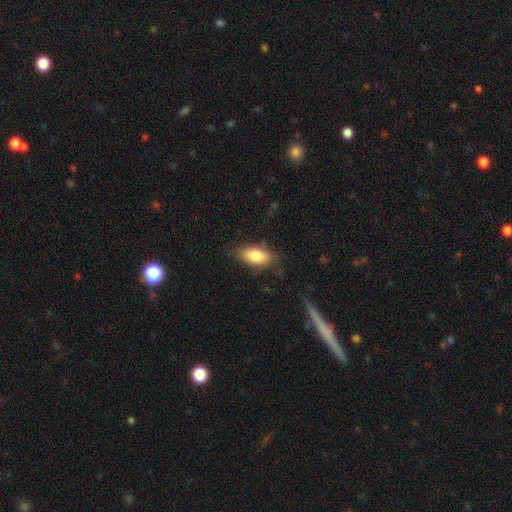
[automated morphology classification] smooth-or-featured: smooth: 82% | featured or disk: 11% | star or artifact: 7%
  how-rounded: in between: 89% | cigar-shaped: 7% | round: 4%
  merging: none: 74% | minor disturbance: 19% | major disturbance: 5% | merger: 1%